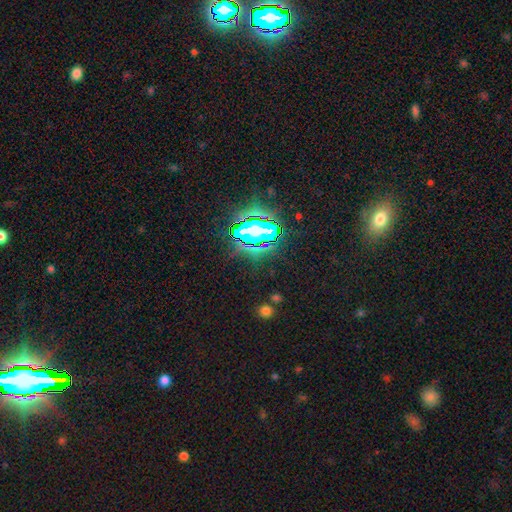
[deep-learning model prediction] Overall: star or artifact (73%).